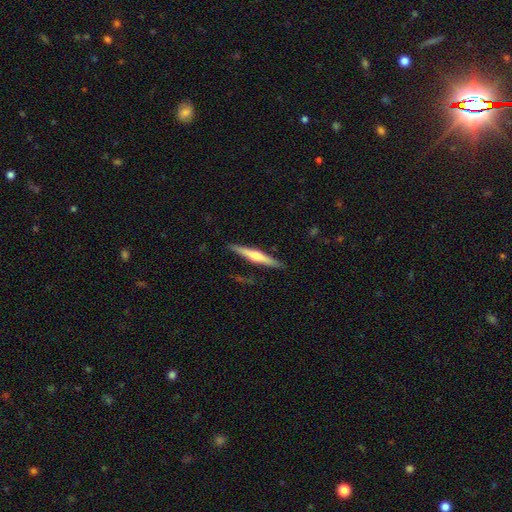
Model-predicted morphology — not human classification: Q: Smooth or featured?
A: featured or disk (58%); runner-up: smooth (37%)
Q: Edge-on disk?
A: yes (97%); runner-up: no (3%)
Q: Edge-on bulge?
A: rounded (85%); runner-up: none (9%)
Q: Merging?
A: none (87%); runner-up: minor disturbance (10%)